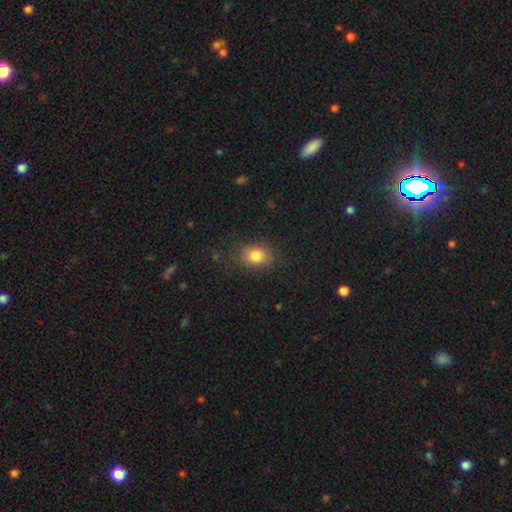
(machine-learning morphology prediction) This appears to be a smooth galaxy with no disk features (82%) that is in between round and cigar-shaped (51%). Merging: none (80%).